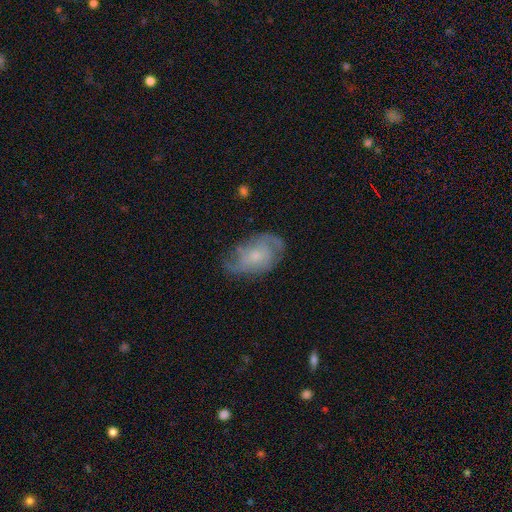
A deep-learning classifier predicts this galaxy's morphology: This is likely a featured or disk galaxy (69%). It is clearly not viewed edge-on (96%). Bar: likely no (75%). Spiral arm pattern: clearly yes (87%). Spiral arm count: marginally 2 (41%). Spiral winding: marginally medium (42%). Central bulge: likely small (62%). Merging: likely none (63%).